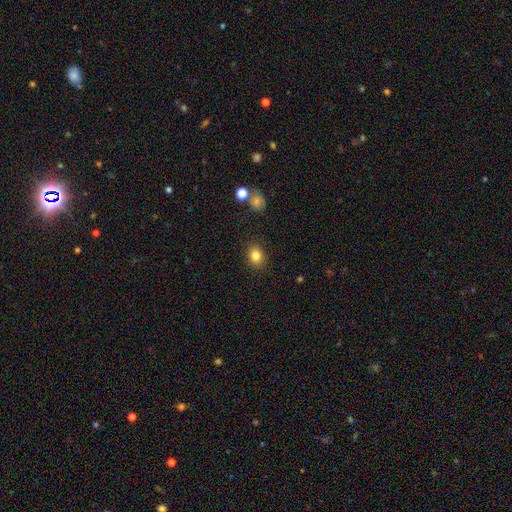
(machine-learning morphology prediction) smooth-or-featured: smooth: 82% | star or artifact: 11% | featured or disk: 7%
  how-rounded: round: 57% | in between: 42% | cigar-shaped: 1%
  merging: none: 88% | minor disturbance: 8% | major disturbance: 2% | merger: 2%